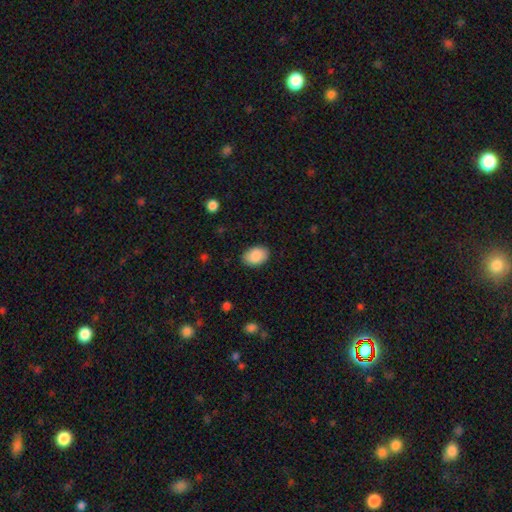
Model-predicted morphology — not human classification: A smooth galaxy with no disk features (89%) that is in between round and cigar-shaped (84%). Merging: none (87%).